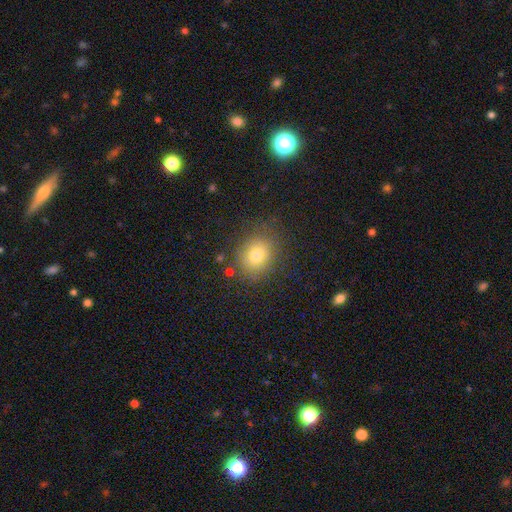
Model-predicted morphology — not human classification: smooth-or-featured: smooth: 77% | star or artifact: 14% | featured or disk: 9%
  how-rounded: round: 65% | in between: 34% | cigar-shaped: 1%
  merging: none: 82% | minor disturbance: 12% | major disturbance: 4% | merger: 2%